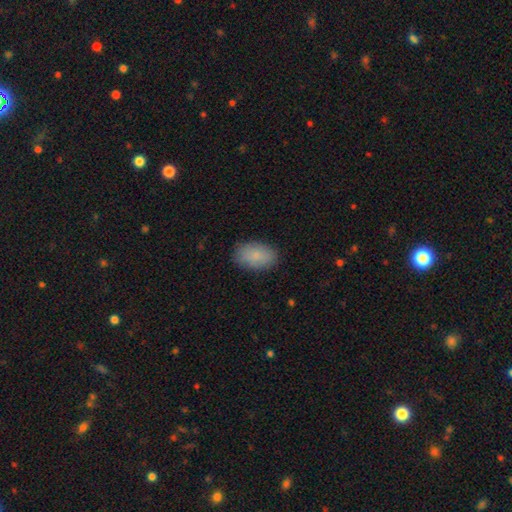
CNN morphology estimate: smooth 86%, featured or disk 8%, star or artifact 7%. Down the decision tree: how rounded — in between (91%); merging — none (86%).